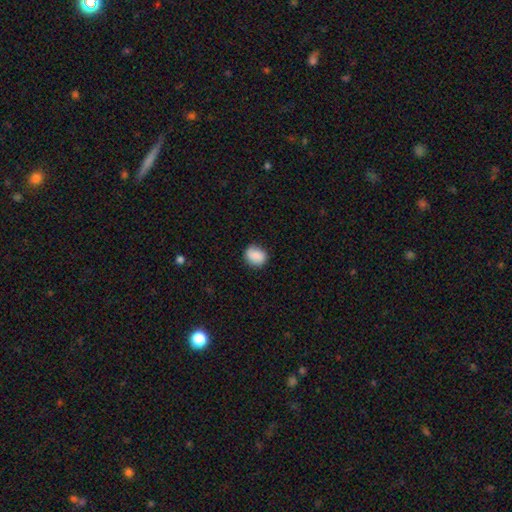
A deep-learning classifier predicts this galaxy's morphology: A smooth galaxy with no disk features (87%) that is round (59%).

Vote fractions:
- Smooth or featured? smooth: 87% / star or artifact: 8% / featured or disk: 5%
- How rounded? round: 59% / in between: 40% / cigar-shaped: 1%
- Merging? none: 80% / minor disturbance: 16% / major disturbance: 3% / merger: 1%